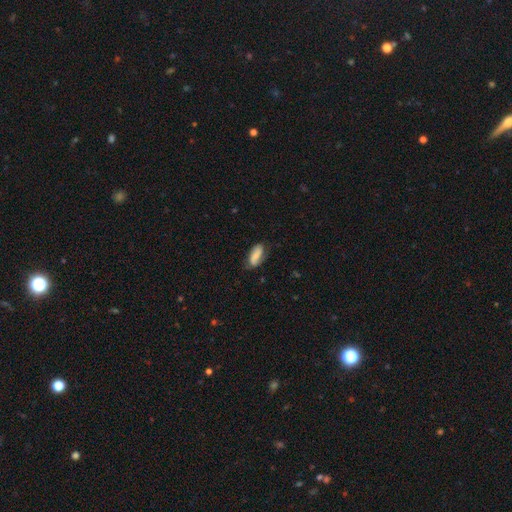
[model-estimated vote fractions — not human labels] Smooth or featured?
  - smooth: 64% *
  - featured or disk: 28%
  - star or artifact: 8%
How rounded?
  - in between: 84% *
  - cigar-shaped: 13%
  - round: 3%
Merging?
  - none: 69% *
  - minor disturbance: 23%
  - major disturbance: 6%
  - merger: 2%